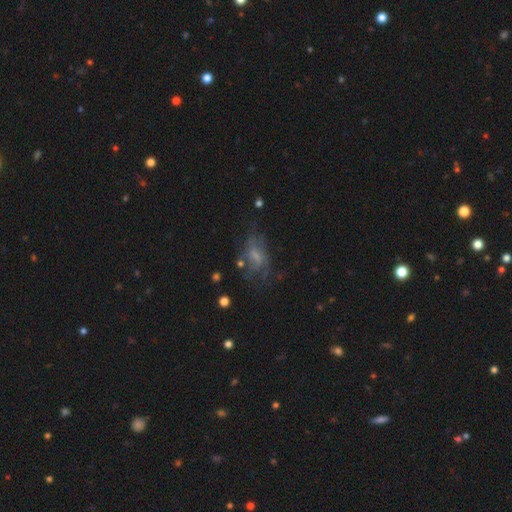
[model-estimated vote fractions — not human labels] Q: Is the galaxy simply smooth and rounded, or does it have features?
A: featured or disk — 49%.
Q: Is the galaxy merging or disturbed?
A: none — 45%.